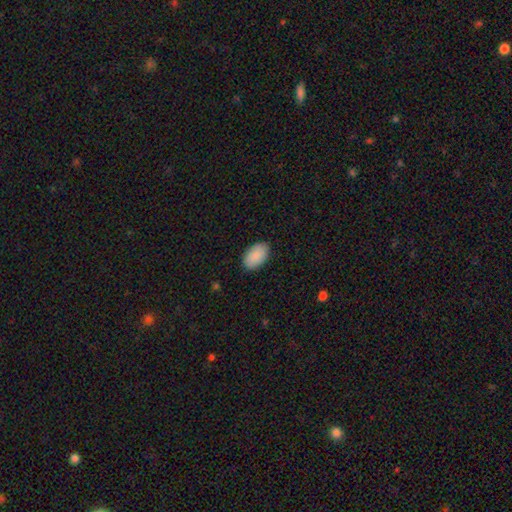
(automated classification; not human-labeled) smooth_or_featured: smooth (p=0.90) [alt: star or artifact p=0.06]
how_rounded: in between (p=0.95) [alt: round p=0.04]
merging: none (p=0.88) [alt: minor disturbance p=0.09]